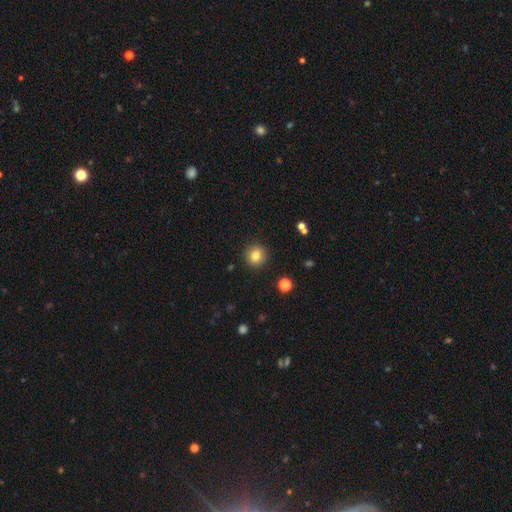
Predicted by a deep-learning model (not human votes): smooth 81%, star or artifact 11%, featured or disk 8%. Down the decision tree: how rounded — round (92%); merging — none (91%).